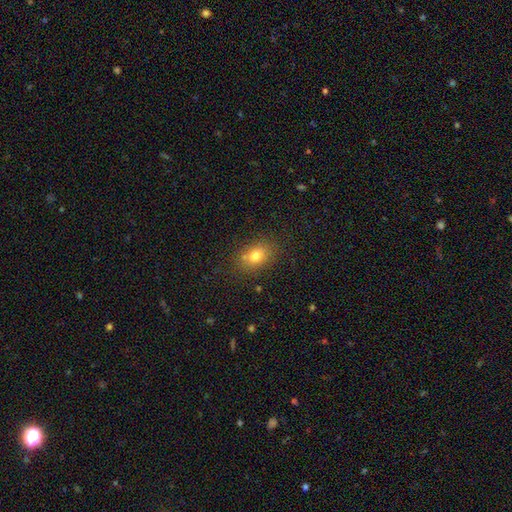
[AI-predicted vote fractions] smooth 77%, star or artifact 12%, featured or disk 11%. Down the decision tree: how rounded — in between (64%); merging — none (76%).